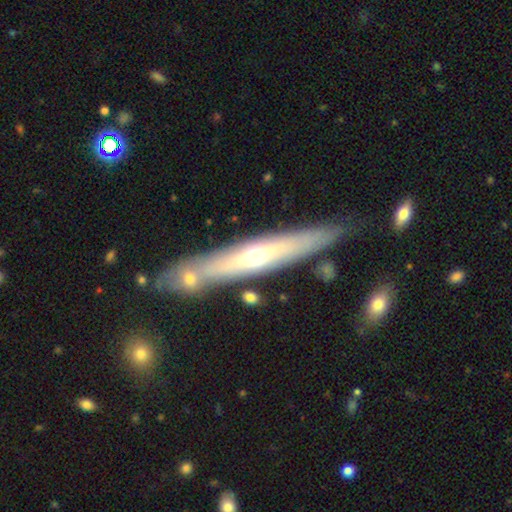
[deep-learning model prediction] Overall: featured or disk (65%; smooth 29%). Edge-on disk: yes (86%). Edge-on bulge: rounded (75%). Merging: none (81%).